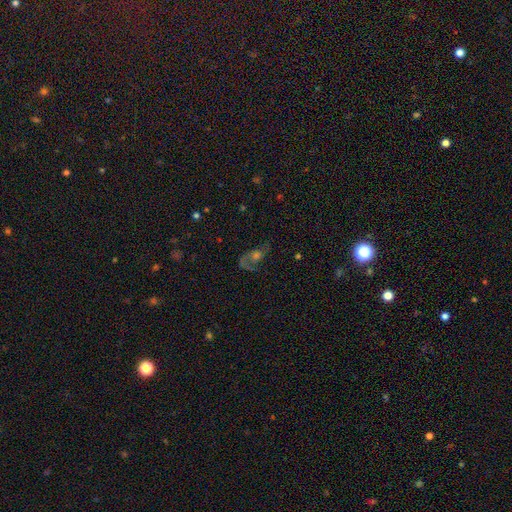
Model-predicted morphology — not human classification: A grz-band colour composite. It shows a featured or disk galaxy (64%) with no bar (71%), 2 (64%) loose (48%) spiral arms (84%) and a moderate central bulge (53%). Merging: none (56%).